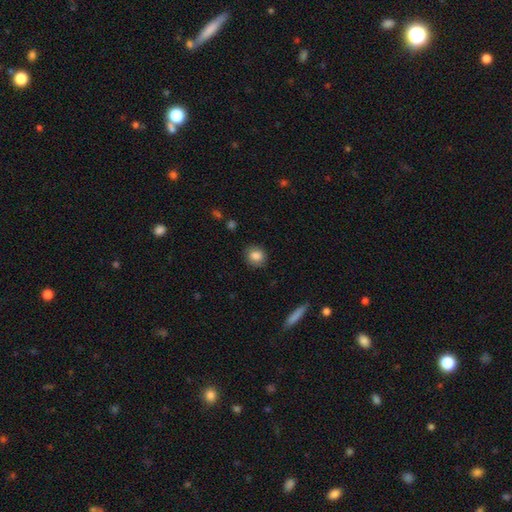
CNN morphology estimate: This is clearly a smooth galaxy (83%). How rounded: likely round (78%). Merging: clearly none (85%).